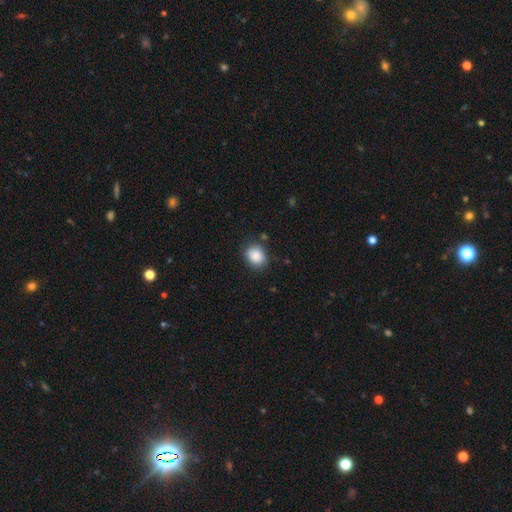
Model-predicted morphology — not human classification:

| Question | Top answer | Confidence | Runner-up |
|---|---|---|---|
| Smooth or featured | smooth | 87% | star or artifact (8%) |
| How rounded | round | 51% | in between (48%) |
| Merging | none | 76% | minor disturbance (17%) |